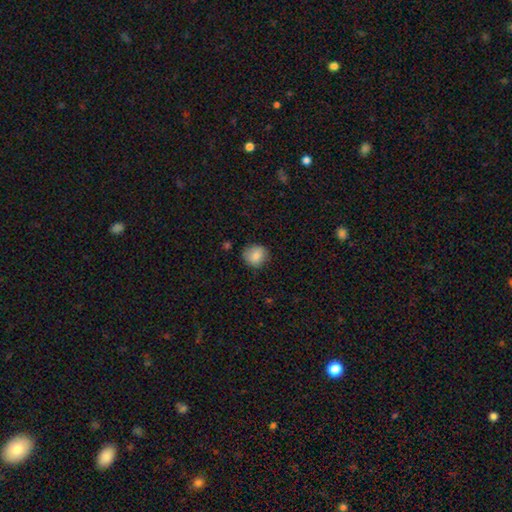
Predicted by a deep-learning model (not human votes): smooth-or-featured: smooth: 83% | featured or disk: 9% | star or artifact: 8%
  how-rounded: round: 87% | in between: 12% | cigar-shaped: 1%
  merging: none: 83% | minor disturbance: 13% | major disturbance: 3% | merger: 1%